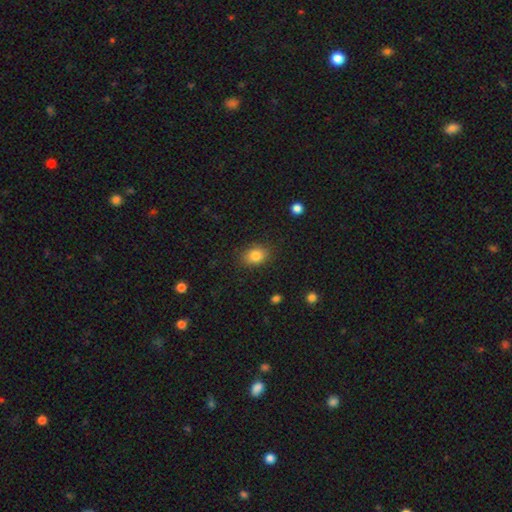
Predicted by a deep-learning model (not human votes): Smooth or featured?
  - smooth: 83% *
  - star or artifact: 10%
  - featured or disk: 7%
How rounded?
  - in between: 61% *
  - round: 38%
  - cigar-shaped: 1%
Merging?
  - none: 85% *
  - minor disturbance: 11%
  - major disturbance: 3%
  - merger: 1%